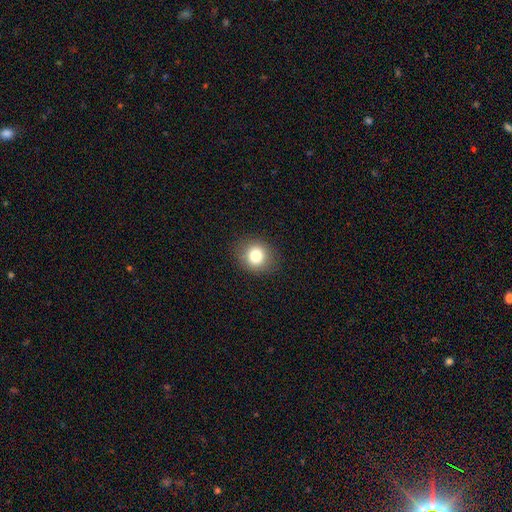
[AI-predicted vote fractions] A smooth galaxy with no disk features (80%) that is round (78%).

Vote fractions:
- Smooth or featured? smooth: 80% / star or artifact: 11% / featured or disk: 9%
- How rounded? round: 78% / in between: 21% / cigar-shaped: 1%
- Merging? none: 87% / minor disturbance: 9% / major disturbance: 3% / merger: 1%